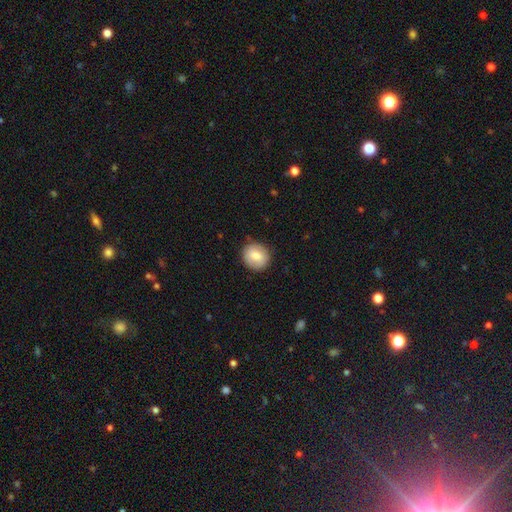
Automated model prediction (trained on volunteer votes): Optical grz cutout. It shows a smooth galaxy with no disk features (76%) that is round (84%). Merging: none (87%).